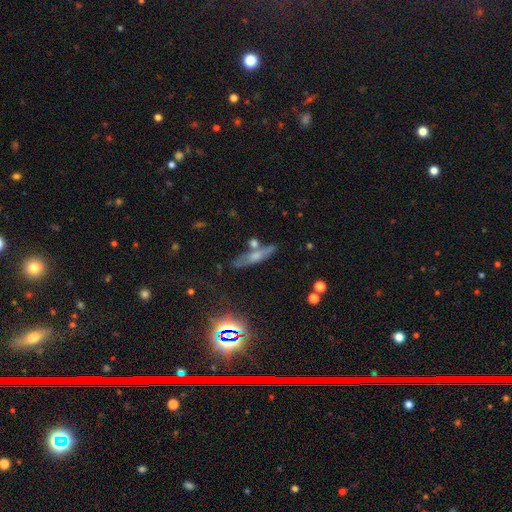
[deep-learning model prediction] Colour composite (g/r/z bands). It shows a smooth galaxy with no disk features (41%). Merging: none (68%).